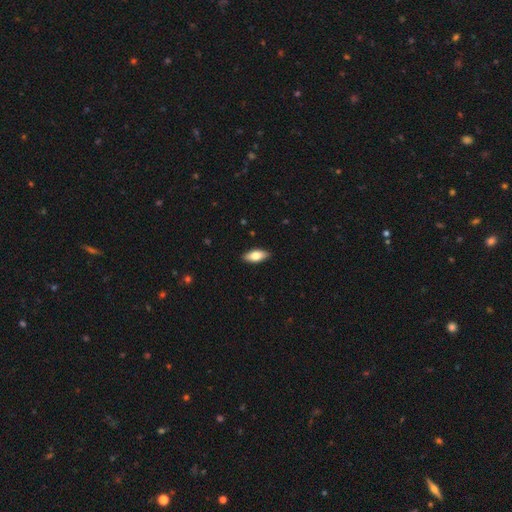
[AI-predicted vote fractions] A smooth galaxy with no disk features (74%) that is in between round and cigar-shaped (84%).

Vote fractions:
- Smooth or featured? smooth: 74% / featured or disk: 20% / star or artifact: 6%
- How rounded? in between: 84% / cigar-shaped: 14% / round: 3%
- Merging? none: 89% / minor disturbance: 8% / major disturbance: 2% / merger: 1%